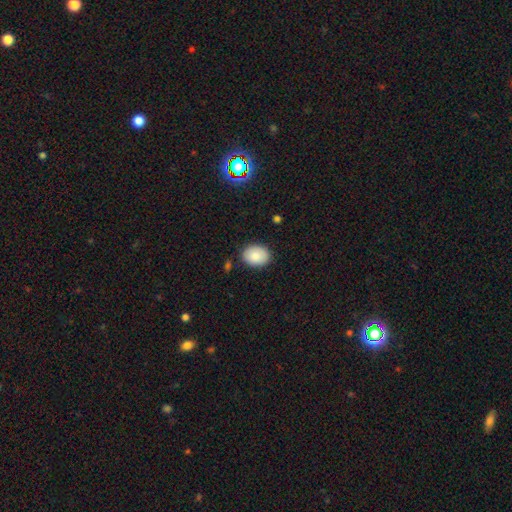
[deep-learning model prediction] smooth-or-featured: smooth: 86% | featured or disk: 7% | star or artifact: 7%
  how-rounded: in between: 68% | round: 32% | cigar-shaped: 1%
  merging: none: 86% | minor disturbance: 10% | major disturbance: 2% | merger: 2%